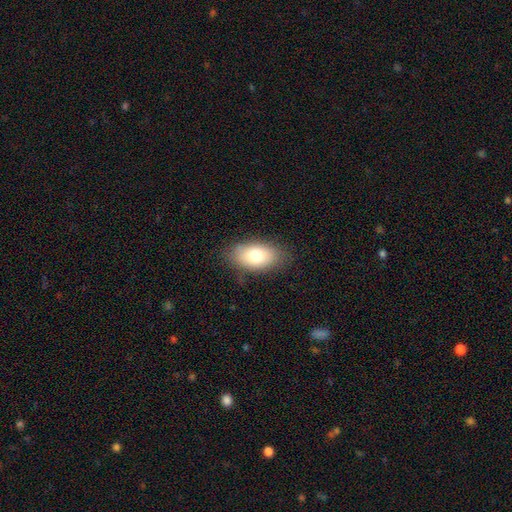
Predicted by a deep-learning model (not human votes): Morphology: type=smooth (77%); roundness=in between (91%); merging=none (79%).